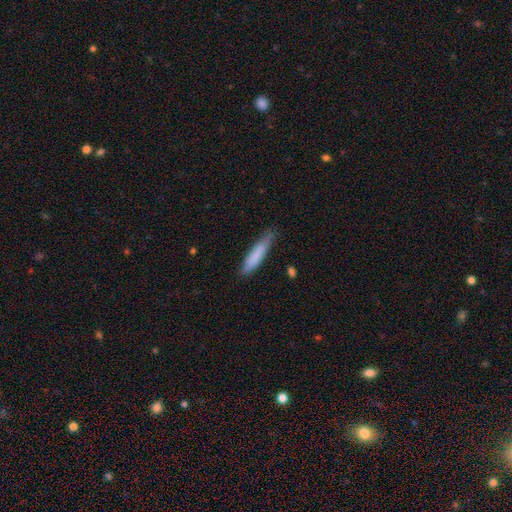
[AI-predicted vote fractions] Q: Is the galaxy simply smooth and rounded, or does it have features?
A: smooth — 81%.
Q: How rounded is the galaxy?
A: cigar-shaped — 84%.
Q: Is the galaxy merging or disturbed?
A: none — 75%.